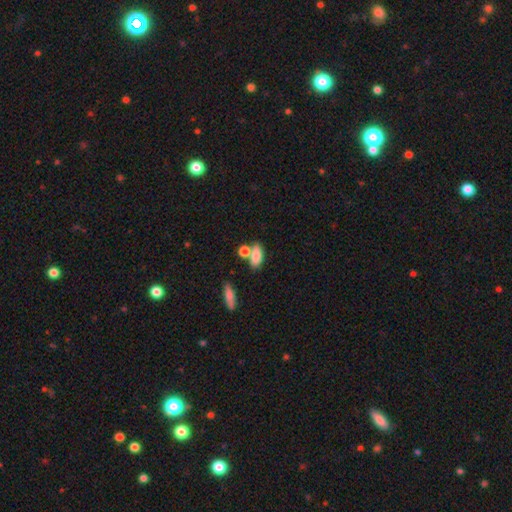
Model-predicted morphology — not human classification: Smooth or featured? Predicted: smooth (p=0.81). How rounded? Predicted: in between (p=0.80). Merging? Predicted: none (p=0.51).